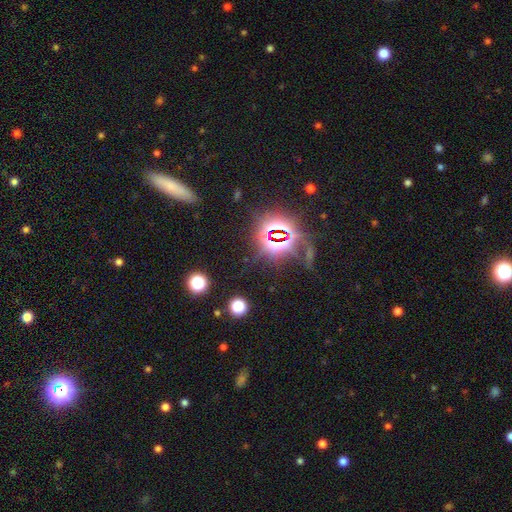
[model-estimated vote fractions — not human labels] The model was most divided on "smooth or featured": star or artifact: 77%, smooth: 13%, featured or disk: 10%.